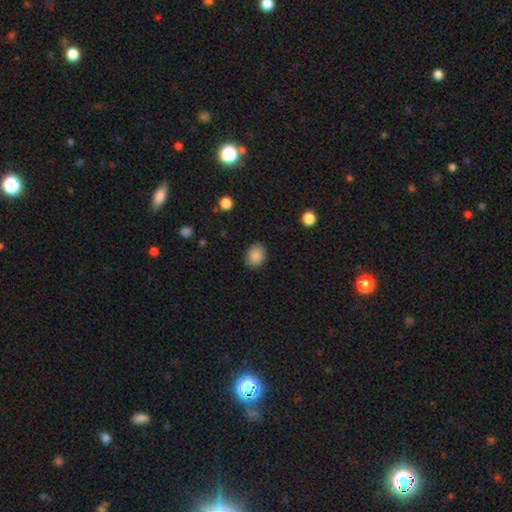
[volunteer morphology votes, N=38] Overall: smooth (87%). How rounded: in between (64%; round 36%). Merging: none (91%).